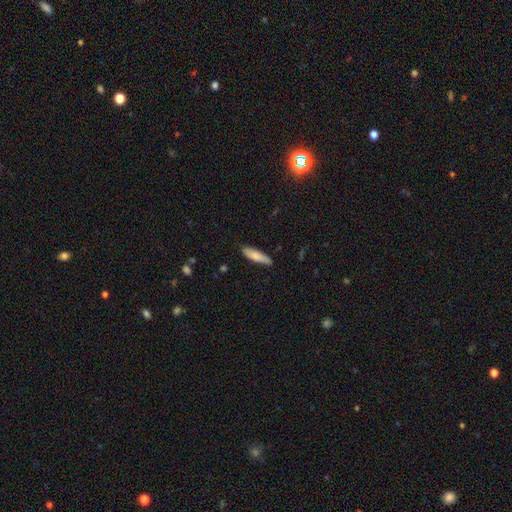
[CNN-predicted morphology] smooth 79%, featured or disk 15%, star or artifact 6%. Down the decision tree: how rounded — cigar-shaped (68%); merging — none (84%).